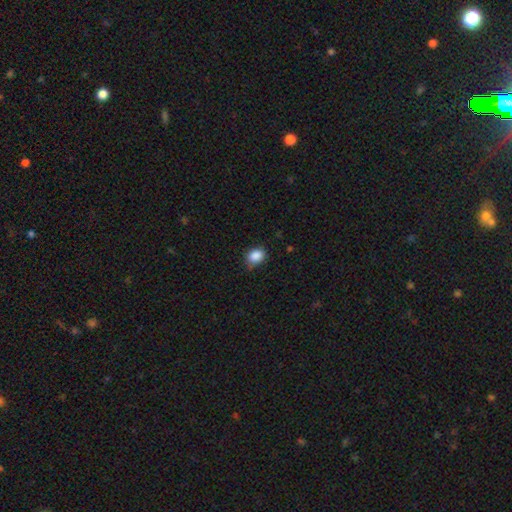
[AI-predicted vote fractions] Smooth or featured?
  - smooth: 87% *
  - star or artifact: 9%
  - featured or disk: 4%
How rounded?
  - in between: 57% *
  - round: 42%
  - cigar-shaped: 1%
Merging?
  - none: 71% *
  - minor disturbance: 24%
  - major disturbance: 4%
  - merger: 1%